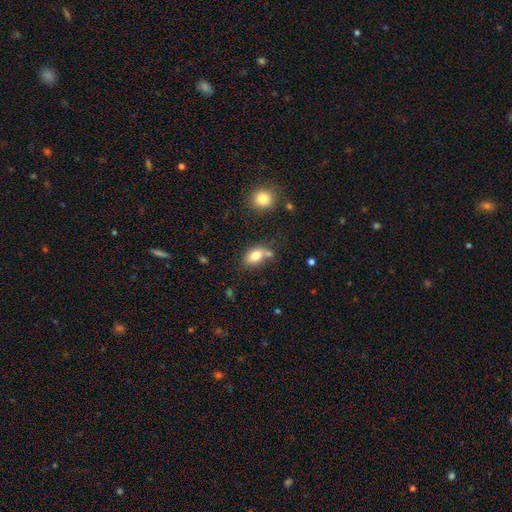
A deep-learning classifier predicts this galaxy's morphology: smooth_or_featured: smooth (p=0.78) [alt: featured or disk p=0.12]
how_rounded: in between (p=0.84) [alt: round p=0.13]
merging: none (p=0.52) [alt: merger p=0.21]